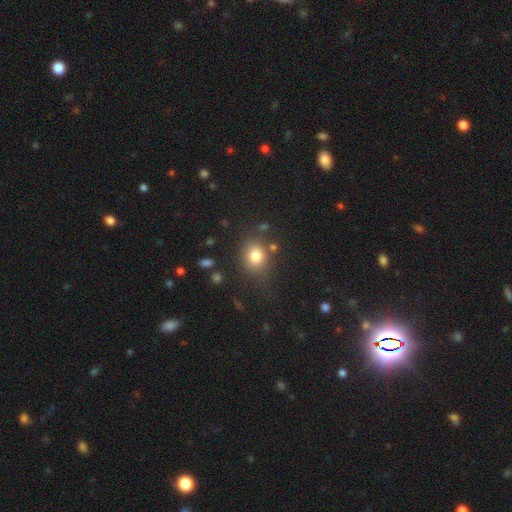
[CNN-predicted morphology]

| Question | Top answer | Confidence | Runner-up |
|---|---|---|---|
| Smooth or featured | smooth | 78% | star or artifact (13%) |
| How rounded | round | 62% | in between (37%) |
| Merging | none | 74% | minor disturbance (15%) |